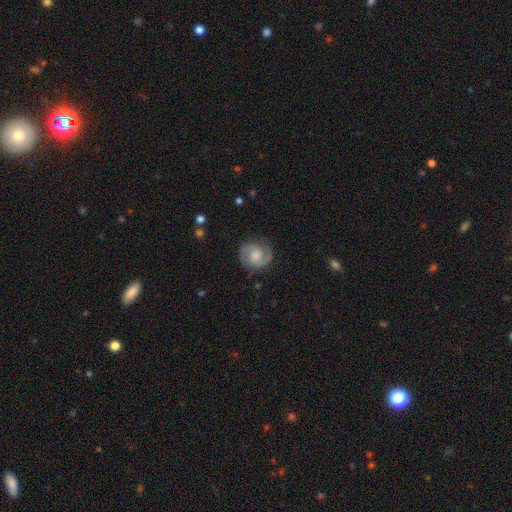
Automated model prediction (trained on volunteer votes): Q: Smooth or featured?
A: featured or disk (76%); runner-up: smooth (18%)
Q: Edge-on disk?
A: no (98%); runner-up: yes (2%)
Q: Bar?
A: no (57%); runner-up: weak (37%)
Q: Spiral arms?
A: yes (95%); runner-up: no (5%)
Q: Spiral winding?
A: medium (50%); runner-up: tight (35%)
Q: Spiral arm count?
A: 2 (89%); runner-up: can't tell (4%)
Q: Bulge size?
A: moderate (42%); runner-up: small (32%)
Q: Merging?
A: none (81%); runner-up: minor disturbance (14%)